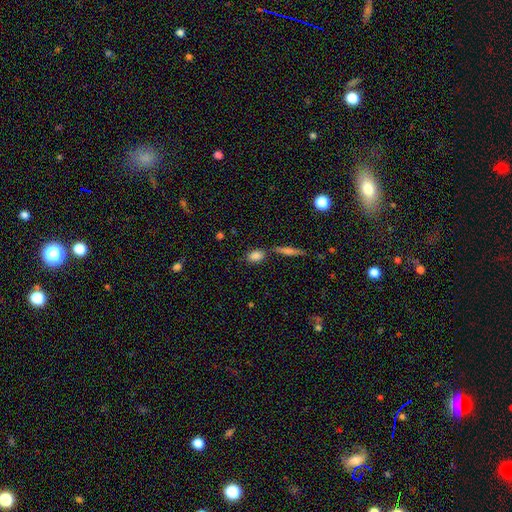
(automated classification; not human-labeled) Q: Smooth or featured?
A: smooth (83%); runner-up: star or artifact (9%)
Q: How rounded?
A: in between (82%); runner-up: round (13%)
Q: Merging?
A: none (69%); runner-up: minor disturbance (14%)